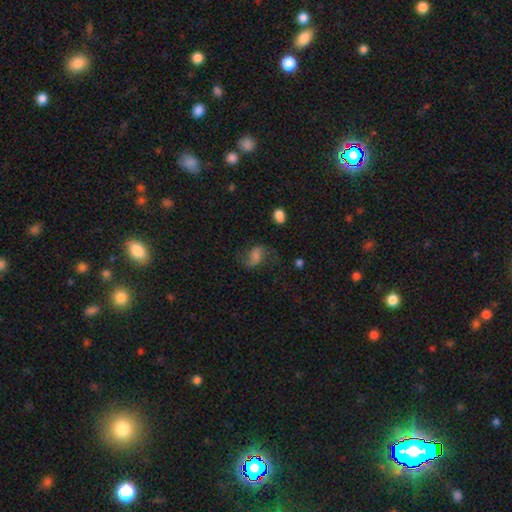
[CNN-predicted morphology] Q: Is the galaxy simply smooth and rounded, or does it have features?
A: featured or disk — 50%.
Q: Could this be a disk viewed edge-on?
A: no — 97%.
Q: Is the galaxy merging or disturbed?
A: none — 60%.